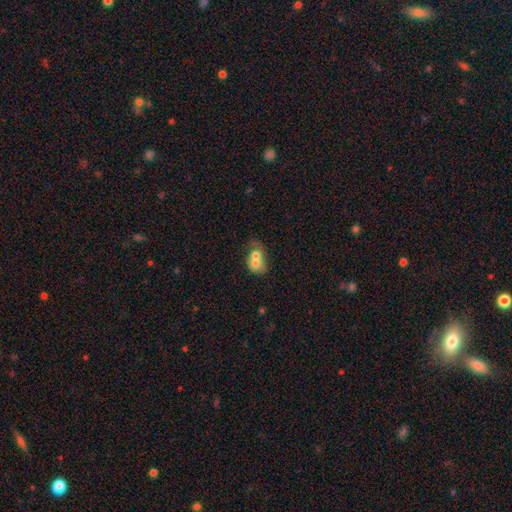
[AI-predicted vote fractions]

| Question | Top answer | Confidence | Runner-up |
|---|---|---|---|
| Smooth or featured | smooth | 66% | featured or disk (26%) |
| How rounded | in between | 53% | round (46%) |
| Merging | merger | 75% | none (13%) |